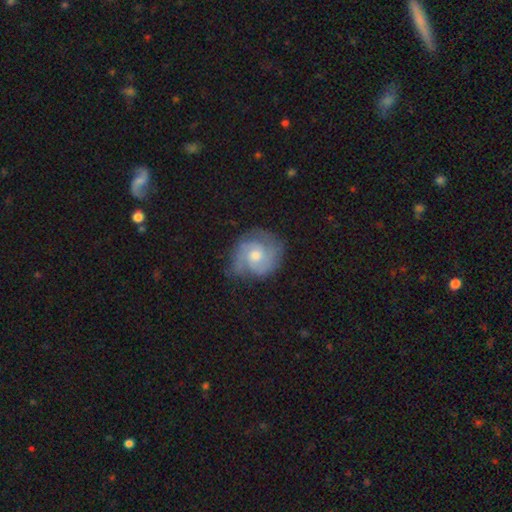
This appears to be a featured or disk galaxy (92%) with no bar (75%), 2 (77%) tight (70%) spiral arms (94%) and a moderate central bulge (72%). Merging: none (66%).